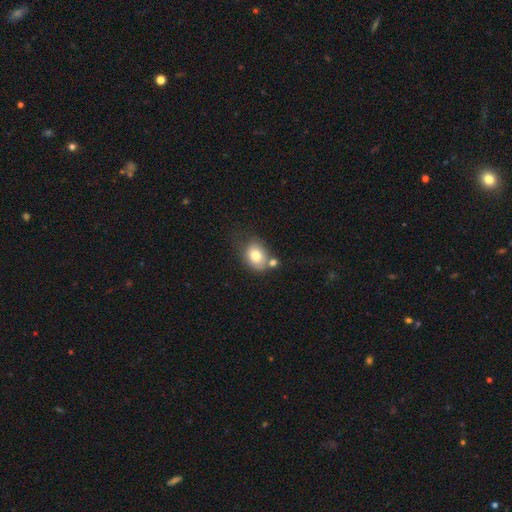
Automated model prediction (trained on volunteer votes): Smooth or featured? Predicted: smooth (p=0.78). How rounded? Predicted: in between (p=0.66). Merging? Predicted: none (p=0.53).